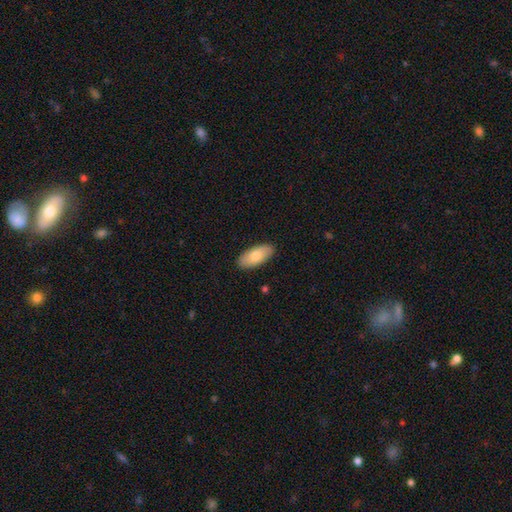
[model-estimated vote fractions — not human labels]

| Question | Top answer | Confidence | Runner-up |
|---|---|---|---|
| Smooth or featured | smooth | 79% | featured or disk (15%) |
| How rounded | in between | 92% | cigar-shaped (6%) |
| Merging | none | 89% | minor disturbance (8%) |